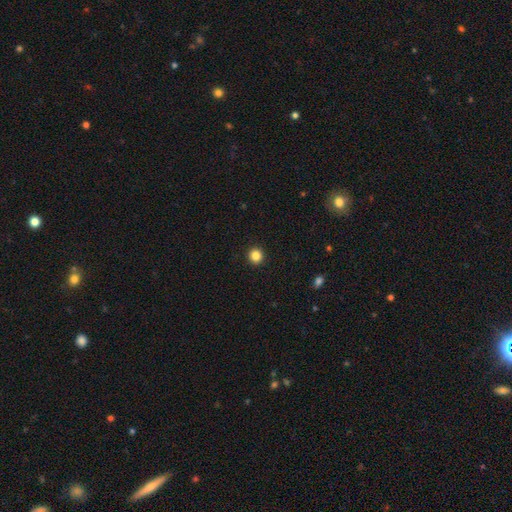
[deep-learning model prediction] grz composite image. It shows a smooth galaxy with no disk features (85%) that is round (93%). Merging: none (94%).